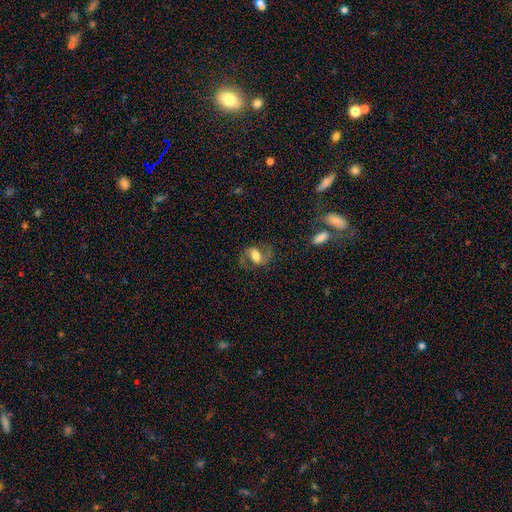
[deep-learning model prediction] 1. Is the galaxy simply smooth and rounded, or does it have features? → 69% featured or disk, 23% smooth, 8% star or artifact.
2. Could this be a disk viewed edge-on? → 96% no, 4% yes.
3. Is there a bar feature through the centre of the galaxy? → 41% weak, 33% strong, 25% no.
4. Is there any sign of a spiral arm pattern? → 90% yes, 10% no.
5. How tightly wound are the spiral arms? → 50% medium, 38% loose, 13% tight.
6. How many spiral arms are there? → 90% 2, 4% can't tell, 3% 1, 1% 3, 1% 4, 1% more than 4.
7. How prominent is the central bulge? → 48% moderate, 34% large, 11% small, 4% dominant, 3% none.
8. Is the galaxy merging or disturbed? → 70% none, 16% minor disturbance, 12% major disturbance, 2% merger.